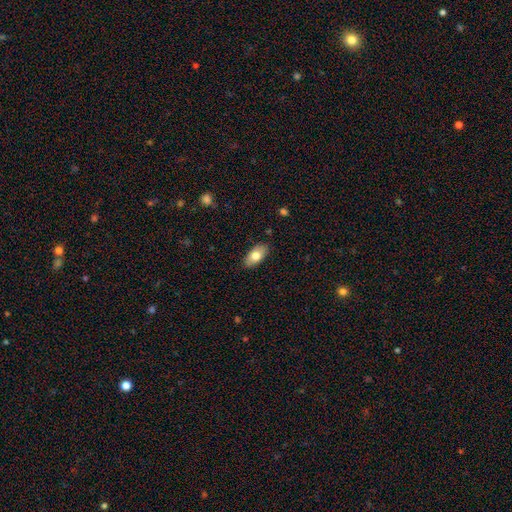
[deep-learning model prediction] smooth 76%, featured or disk 17%, star or artifact 6%. Down the decision tree: how rounded — in between (92%); merging — none (86%).